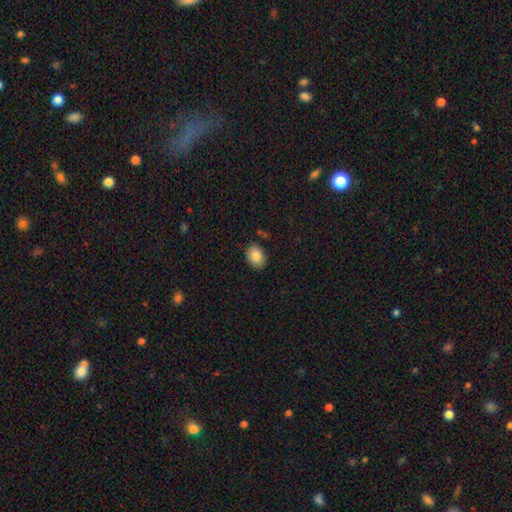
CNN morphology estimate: Overall: smooth (87%). How rounded: in between (71%). Merging: none (83%).